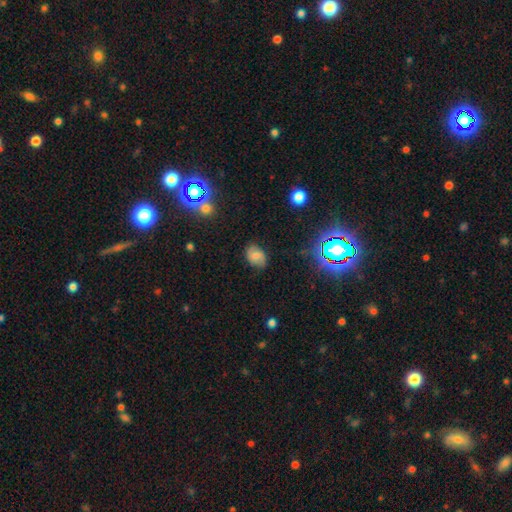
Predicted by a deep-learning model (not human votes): Smooth or featured? smooth (58%)
How rounded? in between (74%)
Merging? none (78%)